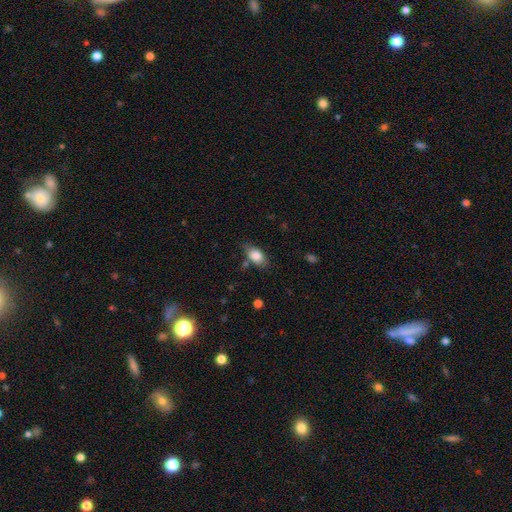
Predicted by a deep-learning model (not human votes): The model was most divided on "merging": none: 71%, minor disturbance: 21%, major disturbance: 5%, merger: 4%. More confident: how rounded — in between (88%); smooth or featured — smooth (83%).